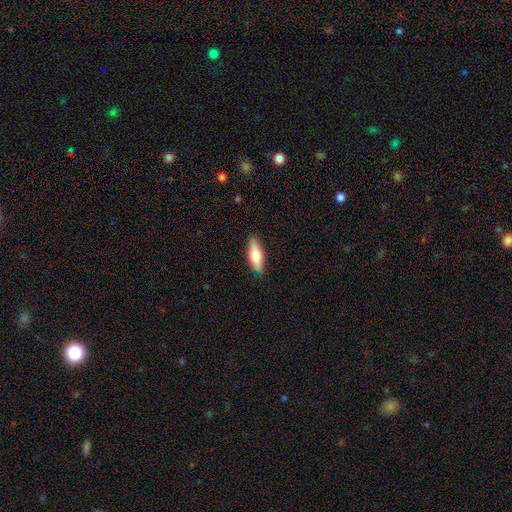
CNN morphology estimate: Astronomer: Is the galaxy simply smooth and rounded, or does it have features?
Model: smooth — 68%.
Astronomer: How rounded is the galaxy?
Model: in between — 61% (runner-up: cigar-shaped, 37%).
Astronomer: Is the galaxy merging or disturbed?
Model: none — 87%.